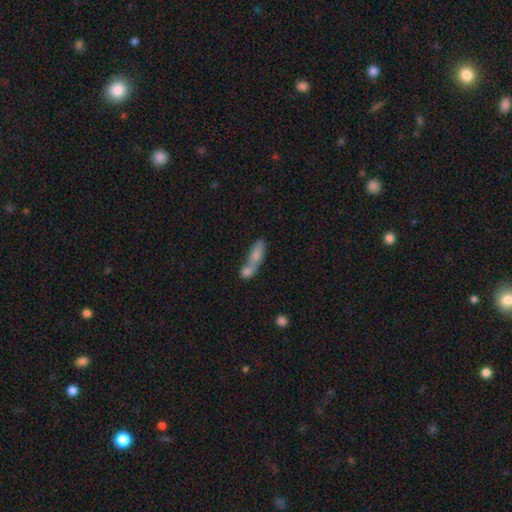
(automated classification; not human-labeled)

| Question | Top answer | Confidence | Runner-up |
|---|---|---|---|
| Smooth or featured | smooth | 74% | featured or disk (18%) |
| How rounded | in between | 54% | cigar-shaped (41%) |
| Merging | merger | 67% | none (19%) |